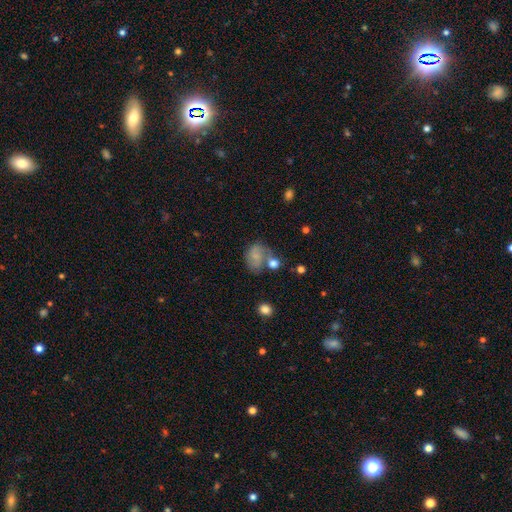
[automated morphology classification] Smooth or featured?
  - smooth: 57% *
  - featured or disk: 32%
  - star or artifact: 11%
How rounded?
  - in between: 57% *
  - round: 41%
  - cigar-shaped: 1%
Merging?
  - none: 42% *
  - minor disturbance: 23%
  - merger: 21%
  - major disturbance: 14%